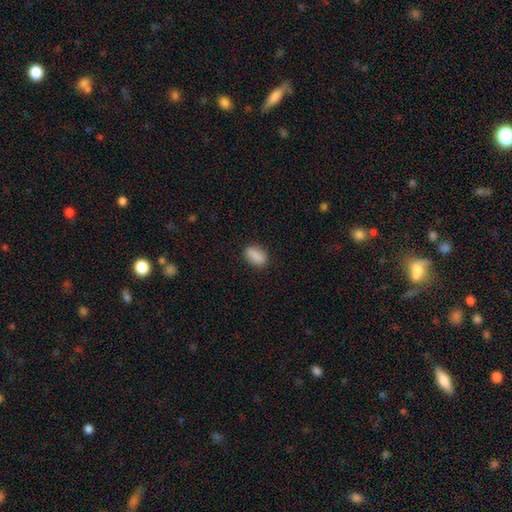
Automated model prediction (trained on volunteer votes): Smooth or featured?
  - smooth: 87% *
  - star or artifact: 8%
  - featured or disk: 5%
How rounded?
  - in between: 85% *
  - round: 8%
  - cigar-shaped: 7%
Merging?
  - none: 86% *
  - minor disturbance: 10%
  - major disturbance: 3%
  - merger: 1%